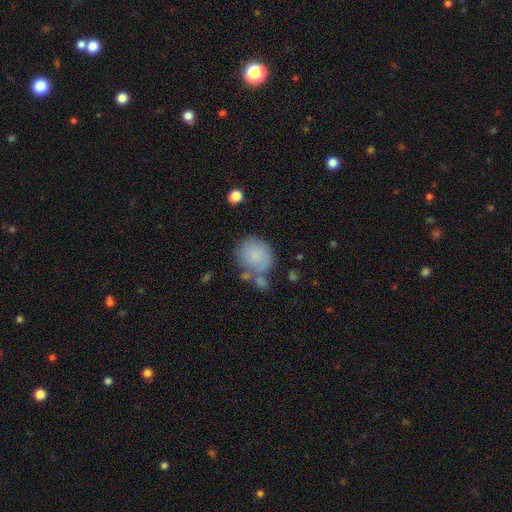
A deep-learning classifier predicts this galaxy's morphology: This is clearly a smooth galaxy (82%). How rounded: likely round (73%). Merging: possibly none (54%).